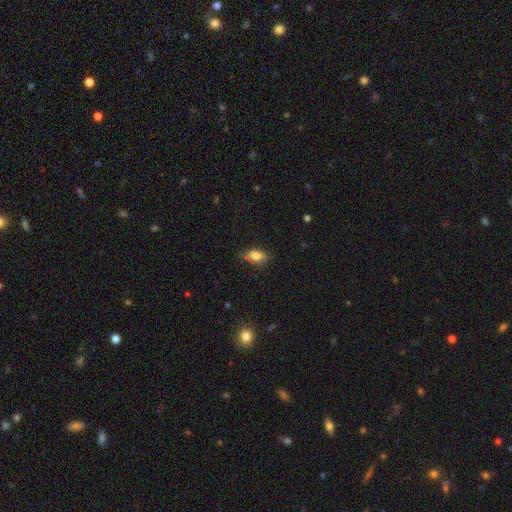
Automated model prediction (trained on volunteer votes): This is clearly a smooth galaxy (81%). How rounded: clearly in between (86%). Merging: likely none (67%).